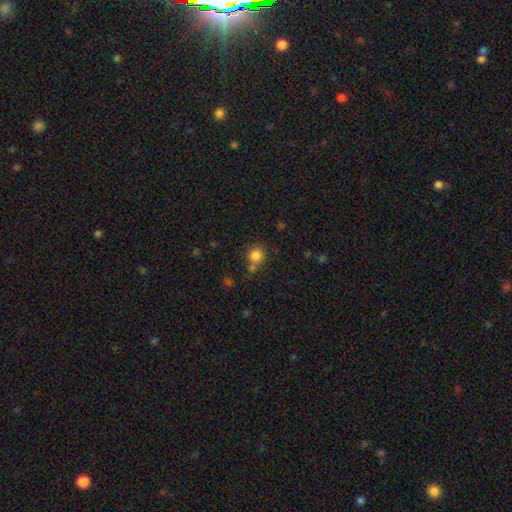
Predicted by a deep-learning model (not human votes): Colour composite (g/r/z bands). It shows a smooth galaxy with no disk features (83%) that is round (88%). Merging: none (67%).